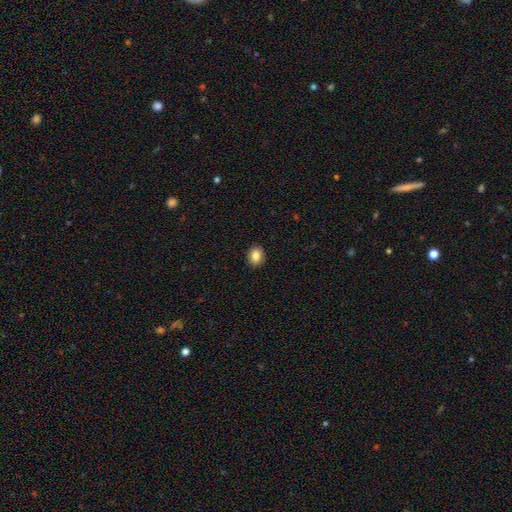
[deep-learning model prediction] This appears to be a smooth galaxy with no disk features (85%) that is in between round and cigar-shaped (55%). Merging: none (89%).